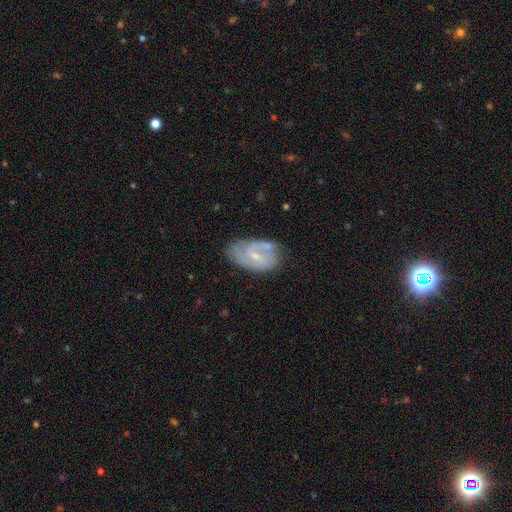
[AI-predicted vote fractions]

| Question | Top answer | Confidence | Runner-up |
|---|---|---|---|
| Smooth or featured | featured or disk | 73% | smooth (20%) |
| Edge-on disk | no | 96% | yes (4%) |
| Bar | weak | 54% | no (30%) |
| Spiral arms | yes | 85% | no (15%) |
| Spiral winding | medium | 45% | tight (34%) |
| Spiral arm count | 2 | 62% | can't tell (21%) |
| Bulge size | small | 69% | moderate (25%) |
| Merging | none | 59% | minor disturbance (25%) |